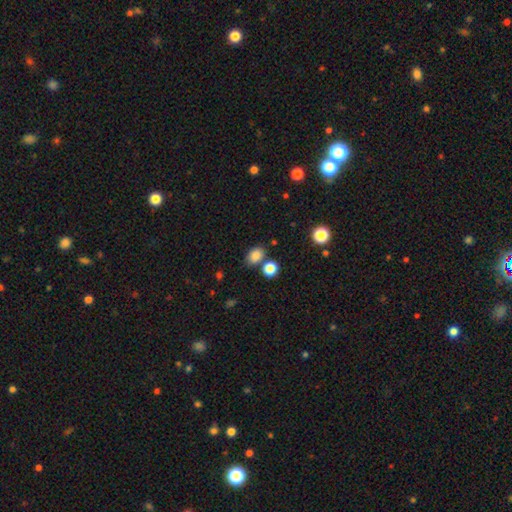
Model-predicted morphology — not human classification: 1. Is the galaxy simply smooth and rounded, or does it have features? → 85% smooth, 11% star or artifact, 5% featured or disk.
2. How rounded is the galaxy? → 74% in between, 25% round, 1% cigar-shaped.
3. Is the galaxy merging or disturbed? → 69% none, 14% merger, 13% minor disturbance, 4% major disturbance.